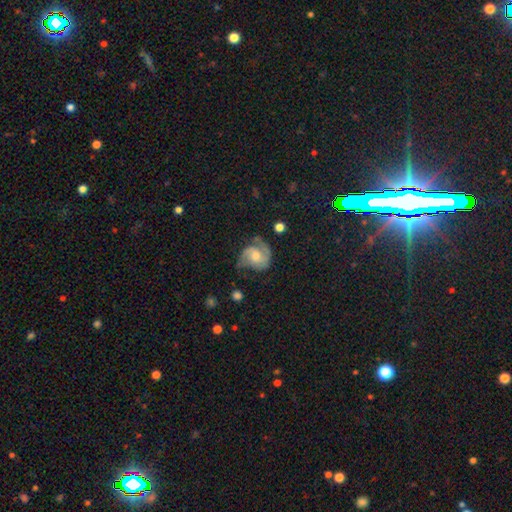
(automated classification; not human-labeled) A featured or disk galaxy (78%) with no bar (64%), 2 (80%) medium (48%) spiral arms (94%) and a moderate central bulge (53%).

Vote fractions:
- Smooth or featured? featured or disk: 78% / smooth: 15% / star or artifact: 7%
- Edge-on disk? no: 98% / yes: 2%
- Bar? no: 64% / weak: 30% / strong: 6%
- Spiral arms? yes: 94% / no: 6%
- Spiral winding? medium: 48% / tight: 30% / loose: 22%
- Spiral arm count? 2: 80% / can't tell: 7% / 1: 6% / 3: 4% / 4: 1% / more than 4: 1%
- Bulge size? moderate: 53% / small: 35% / large: 6% / none: 5% / dominant: 1%
- Merging? none: 54% / minor disturbance: 26% / major disturbance: 17% / merger: 2%